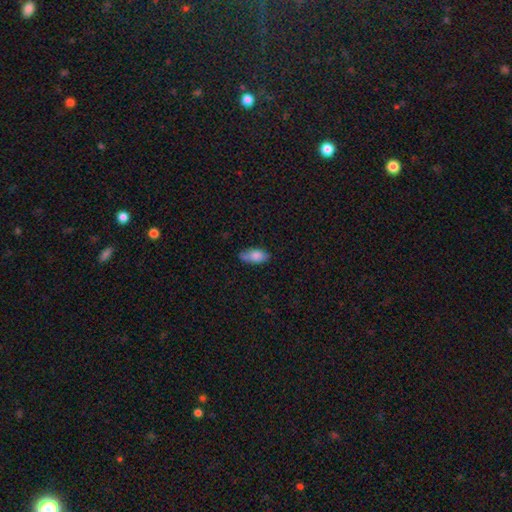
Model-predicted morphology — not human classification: A smooth galaxy with no disk features (80%) that is in between round and cigar-shaped (87%).

Vote fractions:
- Smooth or featured? smooth: 80% / featured or disk: 12% / star or artifact: 7%
- How rounded? in between: 87% / cigar-shaped: 10% / round: 3%
- Merging? none: 64% / minor disturbance: 27% / major disturbance: 5% / merger: 4%